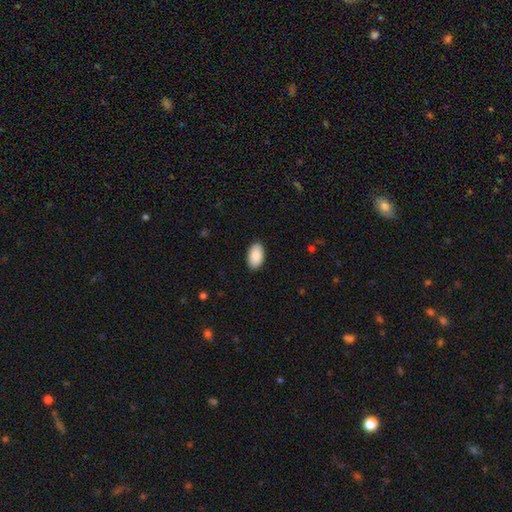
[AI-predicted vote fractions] Smooth or featured? smooth (90%)
How rounded? in between (95%)
Merging? none (89%)